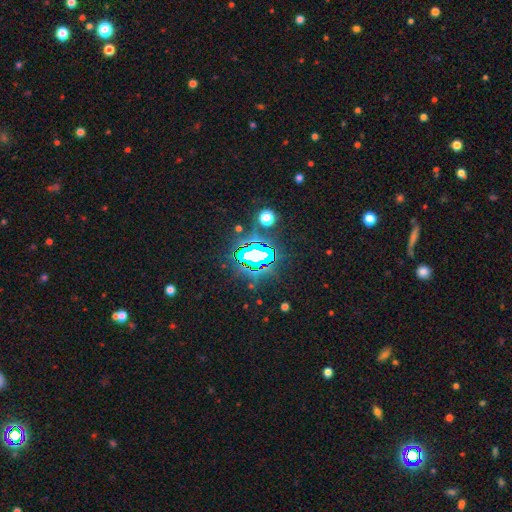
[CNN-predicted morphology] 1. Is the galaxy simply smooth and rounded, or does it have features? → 72% star or artifact, 15% smooth, 13% featured or disk.